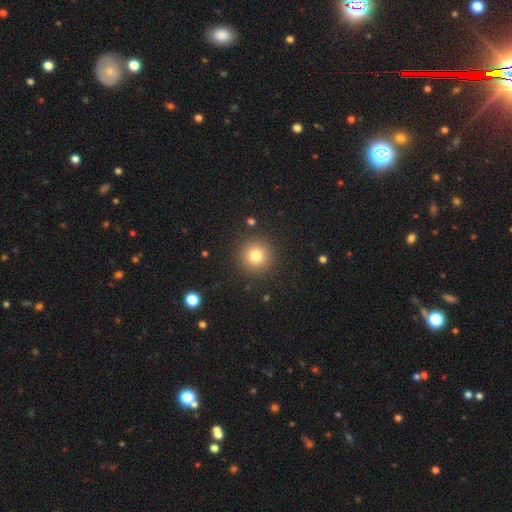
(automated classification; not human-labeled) Smooth or featured?
  - smooth: 80% *
  - star or artifact: 12%
  - featured or disk: 8%
How rounded?
  - round: 95% *
  - in between: 4%
  - cigar-shaped: 1%
Merging?
  - none: 90% *
  - minor disturbance: 6%
  - major disturbance: 2%
  - merger: 1%